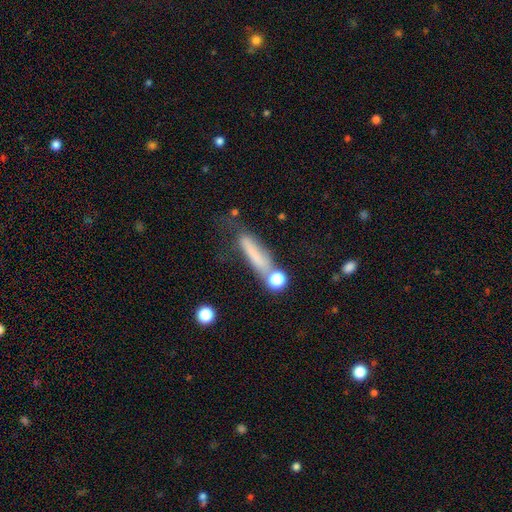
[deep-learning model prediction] Smooth or featured?
  - smooth: 65% *
  - featured or disk: 23%
  - star or artifact: 11%
How rounded?
  - cigar-shaped: 77% *
  - in between: 19%
  - round: 4%
Merging?
  - none: 40% *
  - minor disturbance: 23%
  - major disturbance: 19%
  - merger: 18%